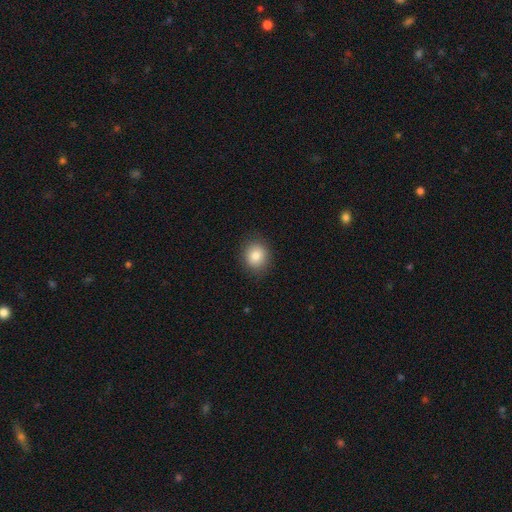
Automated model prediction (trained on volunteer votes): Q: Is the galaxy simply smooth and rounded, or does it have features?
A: smooth — 83%.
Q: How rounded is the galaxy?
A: round — 76%.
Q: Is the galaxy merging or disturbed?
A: none — 88%.